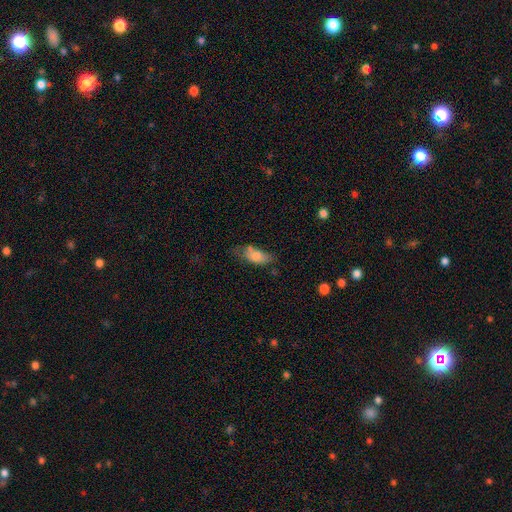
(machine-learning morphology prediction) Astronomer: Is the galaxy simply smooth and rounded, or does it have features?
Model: smooth — 76%.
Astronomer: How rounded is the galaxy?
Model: in between — 85%.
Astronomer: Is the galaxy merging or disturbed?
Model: none — 43% (runner-up: minor disturbance, 29%).